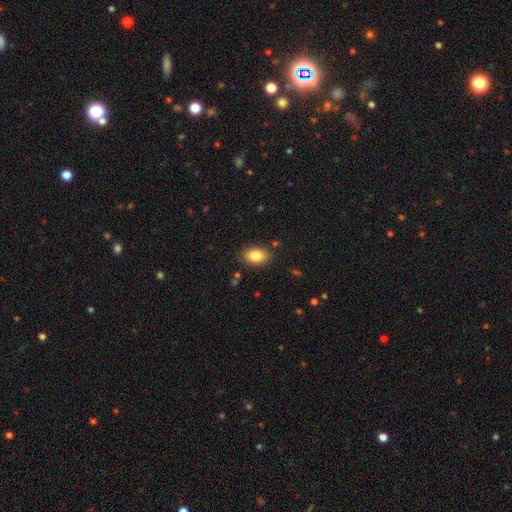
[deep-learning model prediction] smooth-or-featured: smooth: 85% | star or artifact: 8% | featured or disk: 7%
  how-rounded: in between: 86% | round: 12% | cigar-shaped: 1%
  merging: none: 86% | minor disturbance: 10% | major disturbance: 3% | merger: 2%